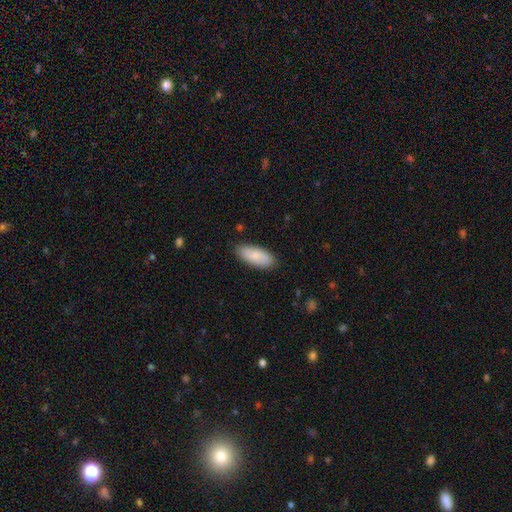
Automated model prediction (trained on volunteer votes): Smooth or featured: smooth — 83% (featured or disk — 11%)
How rounded: in between — 85% (cigar-shaped — 14%)
Merging: none — 85% (minor disturbance — 11%)